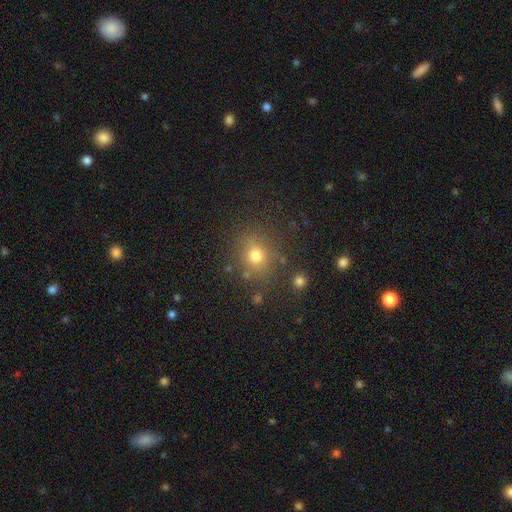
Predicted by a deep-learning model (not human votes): Smooth or featured?
  - smooth: 73% *
  - star or artifact: 19%
  - featured or disk: 9%
How rounded?
  - round: 75% *
  - in between: 23%
  - cigar-shaped: 1%
Merging?
  - none: 80% *
  - minor disturbance: 11%
  - major disturbance: 5%
  - merger: 4%